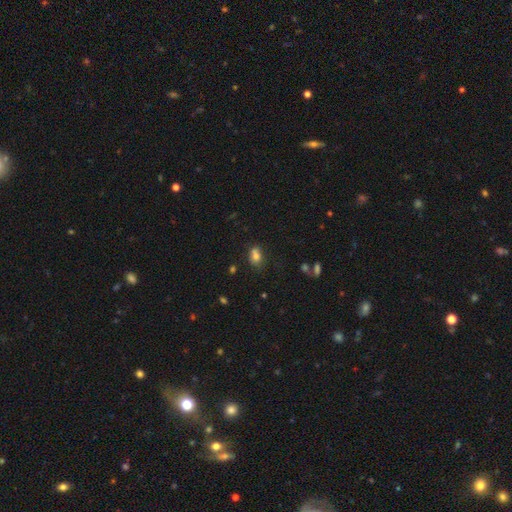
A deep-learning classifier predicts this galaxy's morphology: smooth_or_featured: smooth (p=0.74) [alt: star or artifact p=0.14]
how_rounded: in between (p=0.65) [alt: round p=0.33]
merging: none (p=0.47) [alt: merger p=0.29]